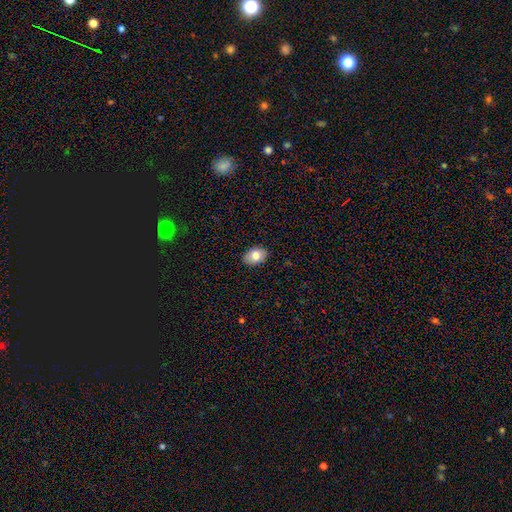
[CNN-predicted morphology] This is clearly a smooth galaxy (81%). How rounded: clearly in between (81%). Merging: clearly none (89%).